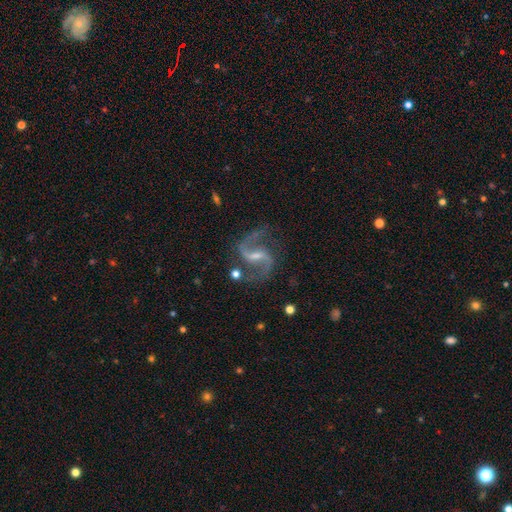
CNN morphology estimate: Q: Smooth or featured?
A: featured or disk (92%); runner-up: star or artifact (5%)
Q: Edge-on disk?
A: no (98%); runner-up: yes (2%)
Q: Bar?
A: weak (47%); runner-up: strong (36%)
Q: Spiral arms?
A: yes (98%); runner-up: no (2%)
Q: Spiral winding?
A: medium (47%); runner-up: loose (46%)
Q: Spiral arm count?
A: 2 (94%); runner-up: 1 (1%)
Q: Bulge size?
A: small (62%); runner-up: moderate (26%)
Q: Merging?
A: none (78%); runner-up: minor disturbance (13%)